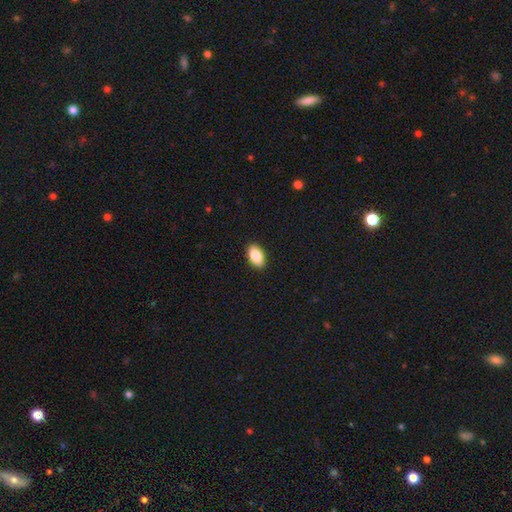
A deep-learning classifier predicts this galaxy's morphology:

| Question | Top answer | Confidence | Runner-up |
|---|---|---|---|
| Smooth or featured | smooth | 85% | featured or disk (8%) |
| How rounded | in between | 93% | round (6%) |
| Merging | none | 91% | minor disturbance (7%) |